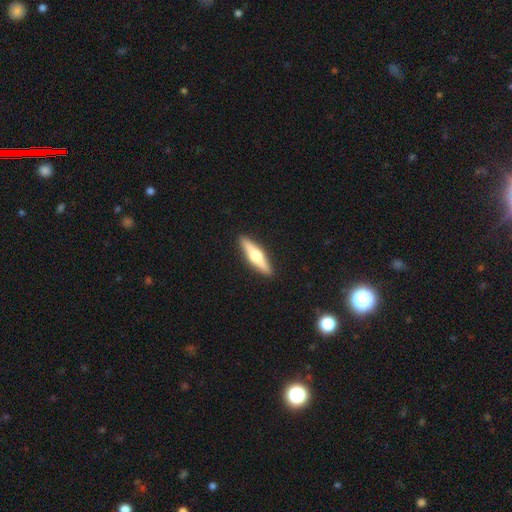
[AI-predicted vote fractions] A featured or disk galaxy (58%) viewed edge-on (95%) with a rounded central bulge (95%). Merging: none (92%).